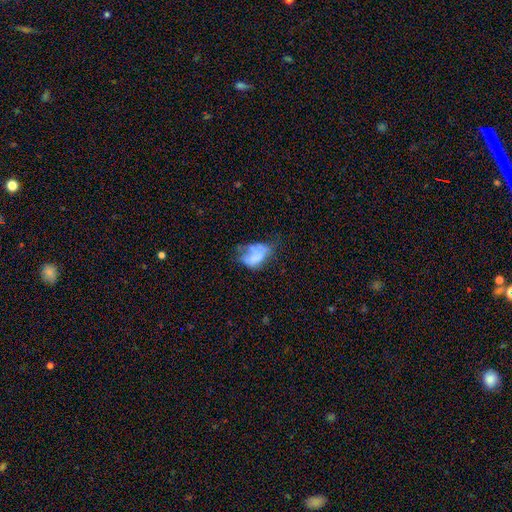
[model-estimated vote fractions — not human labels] The model was most divided on "merging": major disturbance: 37%, minor disturbance: 29%, none: 25%, merger: 8%. More confident: how rounded — in between (85%); smooth or featured — smooth (54%).